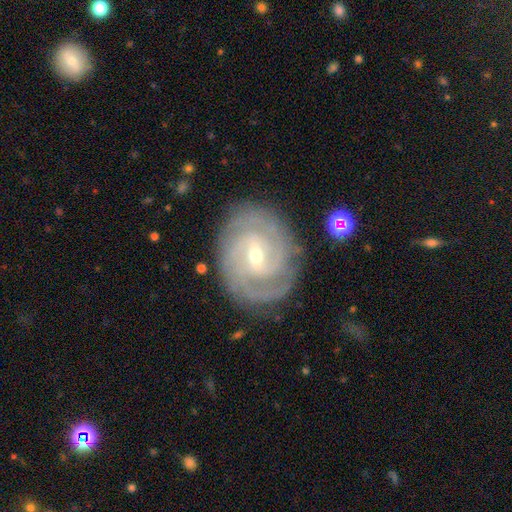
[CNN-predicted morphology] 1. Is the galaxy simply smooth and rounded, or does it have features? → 89% featured or disk, 6% smooth, 5% star or artifact.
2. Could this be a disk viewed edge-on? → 97% no, 3% yes.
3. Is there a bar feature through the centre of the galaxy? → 54% weak, 24% no, 22% strong.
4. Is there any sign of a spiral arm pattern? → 97% yes, 3% no.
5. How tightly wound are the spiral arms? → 70% tight, 25% medium, 4% loose.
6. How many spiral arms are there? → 28% 2, 26% 3, 20% can't tell, 14% 4, 5% more than 4, 5% 1.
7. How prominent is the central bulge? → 63% small, 35% moderate, 1% large, 1% none, 1% dominant.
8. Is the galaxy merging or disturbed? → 82% none, 13% minor disturbance, 4% major disturbance, 1% merger.